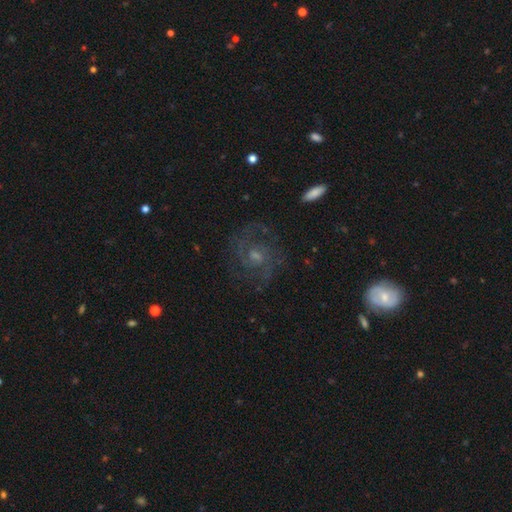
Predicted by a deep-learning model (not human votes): The model was most divided on "spiral winding": medium: 46%, tight: 43%, loose: 12%. Remaining: edge-on disk — no (97%); spiral arms — yes (94%); merging — none (79%); smooth or featured — featured or disk (76%); bar — no (62%); spiral arm count — 2 (53%); bulge size — moderate (47%).